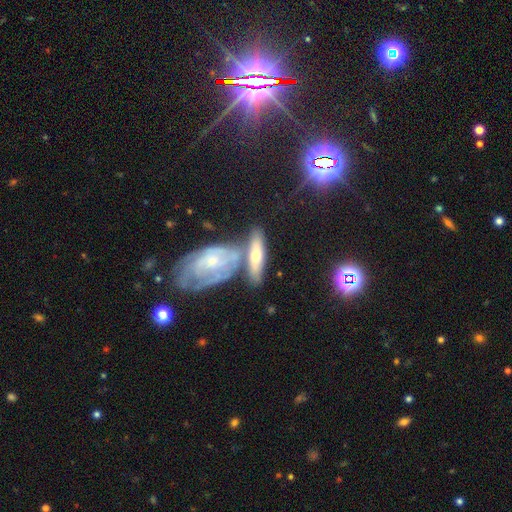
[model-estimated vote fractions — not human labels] The model was most divided on "merging": none: 41%, merger: 39%, minor disturbance: 14%, major disturbance: 5%. More confident: edge-on disk — no (54%); smooth or featured — featured or disk (51%).